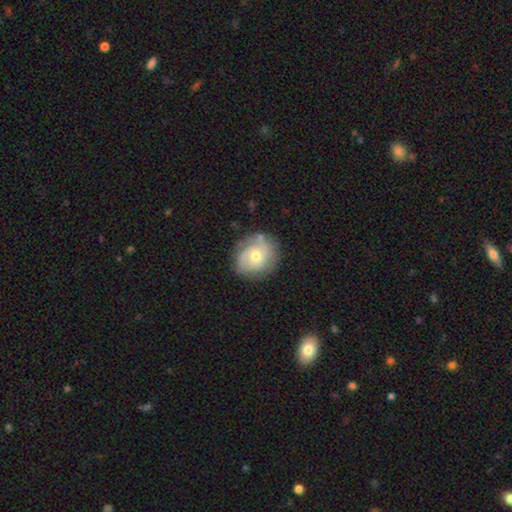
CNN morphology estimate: Smooth or featured: featured or disk — 61% (smooth — 32%)
Edge-on disk: no — 97% (yes — 3%)
Bar: no — 74% (weak — 23%)
Spiral arms: yes — 83% (no — 17%)
Bulge size: moderate — 63% (small — 31%)
Merging: none — 73% (minor disturbance — 18%)